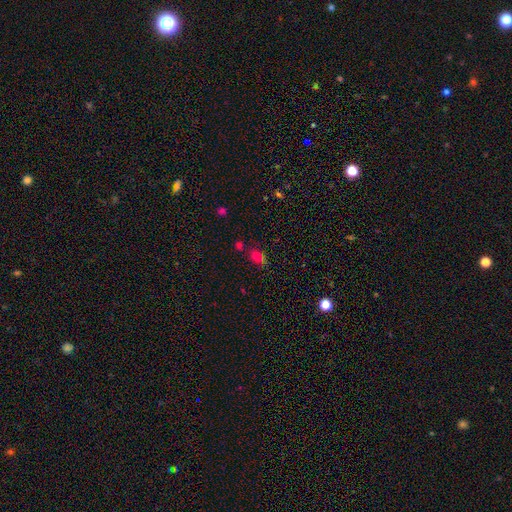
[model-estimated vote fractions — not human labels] Smooth or featured: smooth — 58% (star or artifact — 31%)
How rounded: in between — 57% (round — 39%)
Merging: none — 57% (merger — 18%)